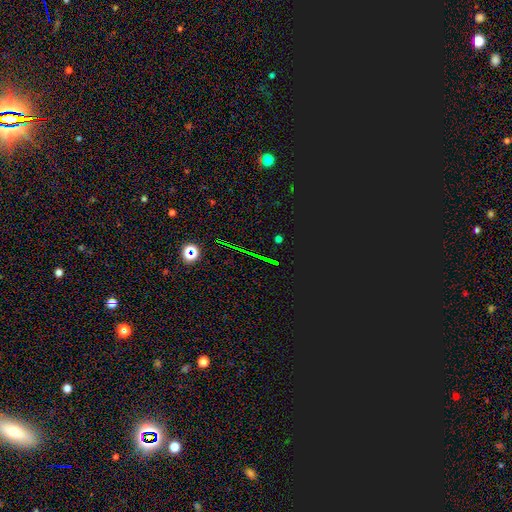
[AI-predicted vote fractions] A star or artifact, not a galaxy (78%).

Vote fractions:
- Smooth or featured? star or artifact: 78% / smooth: 11% / featured or disk: 11%